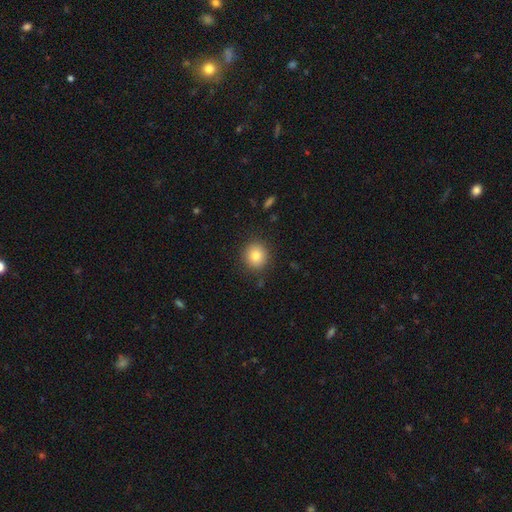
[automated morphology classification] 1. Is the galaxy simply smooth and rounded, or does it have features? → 83% smooth, 10% star or artifact, 8% featured or disk.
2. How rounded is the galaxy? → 88% round, 11% in between, 1% cigar-shaped.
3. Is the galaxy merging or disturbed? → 89% none, 8% minor disturbance, 2% major disturbance, 1% merger.